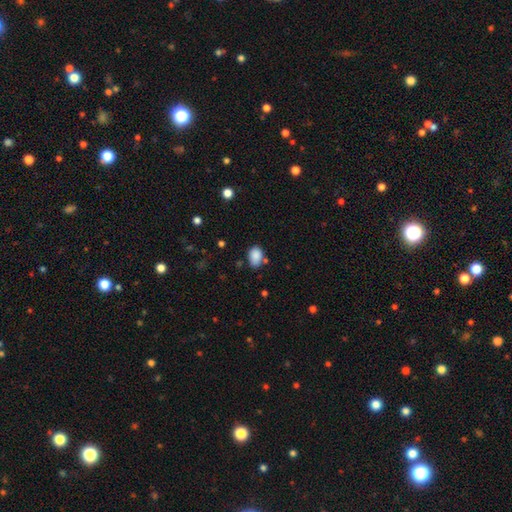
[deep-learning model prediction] Morphology: type=smooth (87%); roundness=in between (80%); merging=none (68%).